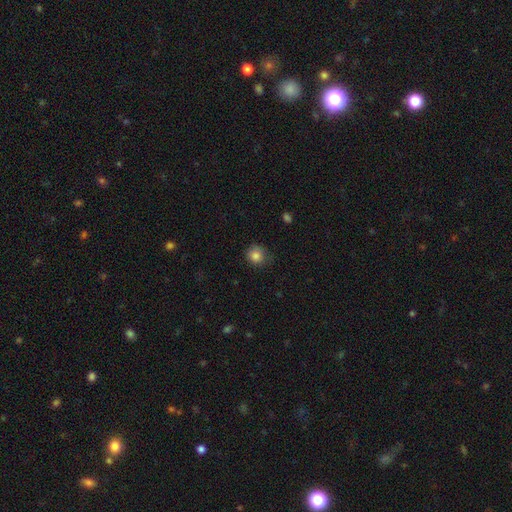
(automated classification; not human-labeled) Overall: smooth (84%). How rounded: round (85%). Merging: none (74%).